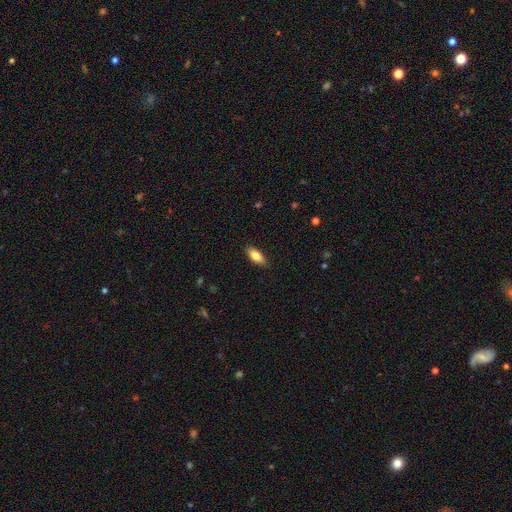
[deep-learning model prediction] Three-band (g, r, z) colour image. It shows a smooth galaxy with no disk features (79%) that is in between round and cigar-shaped (78%). Merging: none (87%).